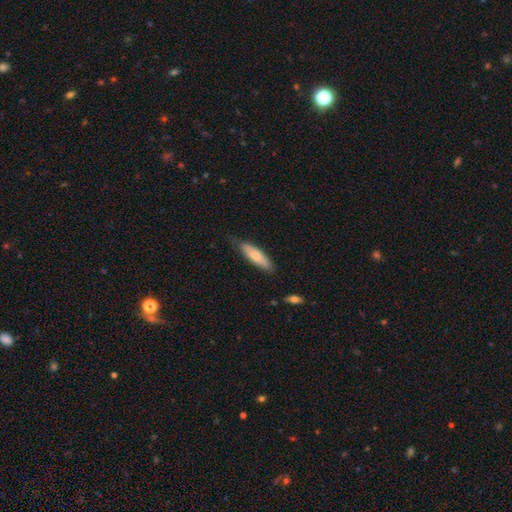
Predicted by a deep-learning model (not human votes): A smooth galaxy with no disk features (76%) that is cigar-shaped (60%).

Vote fractions:
- Smooth or featured? smooth: 76% / featured or disk: 19% / star or artifact: 5%
- How rounded? cigar-shaped: 60% / in between: 39% / round: 2%
- Merging? none: 69% / minor disturbance: 25% / major disturbance: 5% / merger: 2%